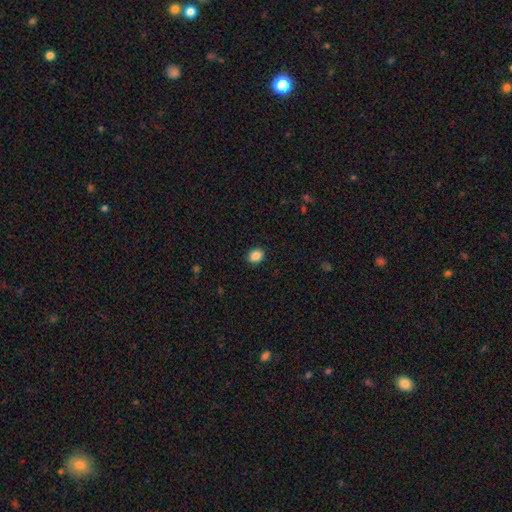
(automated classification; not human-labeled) This appears to be a smooth galaxy with no disk features (88%) that is round (51%). Merging: none (90%).